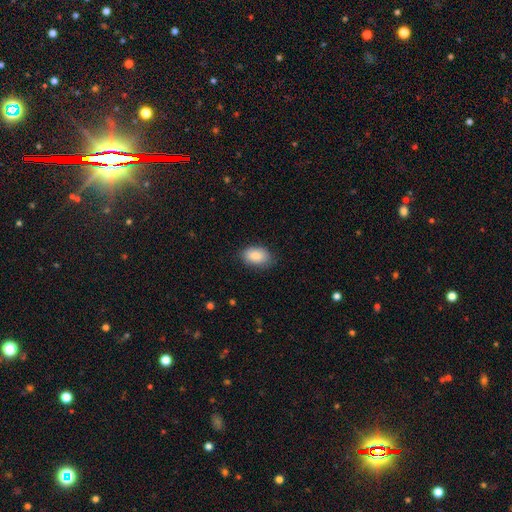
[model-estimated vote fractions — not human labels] Smooth or featured?
  - smooth: 88% *
  - star or artifact: 7%
  - featured or disk: 6%
How rounded?
  - in between: 90% *
  - round: 9%
  - cigar-shaped: 1%
Merging?
  - none: 80% *
  - minor disturbance: 16%
  - major disturbance: 3%
  - merger: 1%